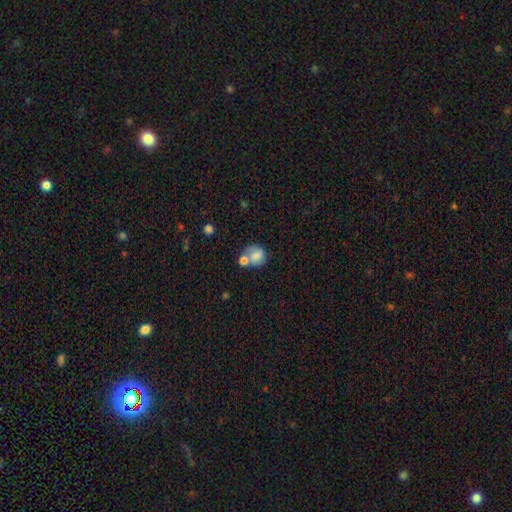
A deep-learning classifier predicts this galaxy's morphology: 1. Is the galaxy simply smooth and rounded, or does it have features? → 74% smooth, 17% featured or disk, 9% star or artifact.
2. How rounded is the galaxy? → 73% round, 26% in between, 1% cigar-shaped.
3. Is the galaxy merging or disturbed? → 43% none, 36% merger, 15% minor disturbance, 6% major disturbance.